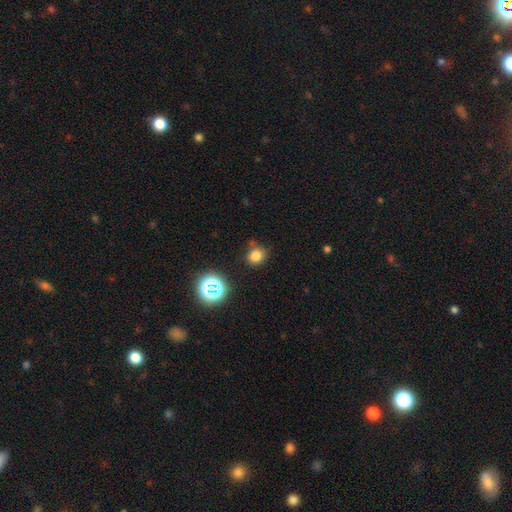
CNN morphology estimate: A smooth galaxy with no disk features (77%) that is round (83%).

Vote fractions:
- Smooth or featured? smooth: 77% / star or artifact: 17% / featured or disk: 6%
- How rounded? round: 83% / in between: 16% / cigar-shaped: 1%
- Merging? none: 78% / minor disturbance: 14% / merger: 5% / major disturbance: 4%